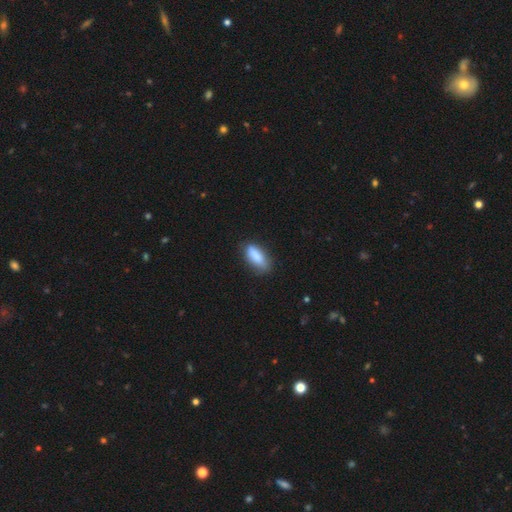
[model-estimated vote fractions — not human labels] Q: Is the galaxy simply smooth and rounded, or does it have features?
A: smooth — 85%.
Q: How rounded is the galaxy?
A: in between — 70%.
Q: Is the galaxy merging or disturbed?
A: none — 73%.